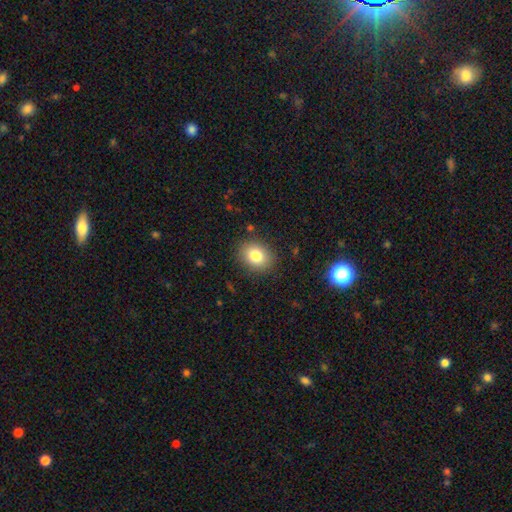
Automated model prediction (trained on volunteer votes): smooth 81%, star or artifact 10%, featured or disk 9%. Down the decision tree: how rounded — round (51%); merging — none (87%).